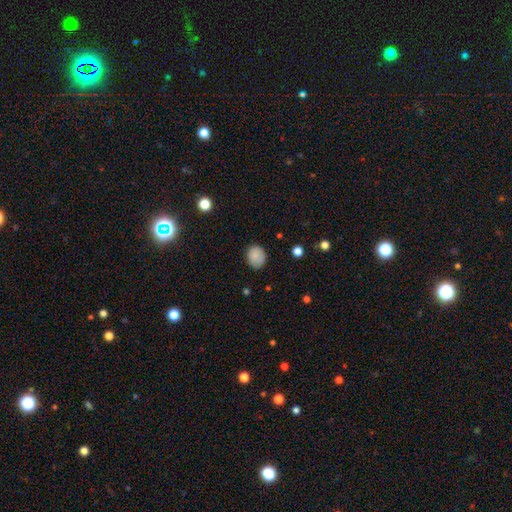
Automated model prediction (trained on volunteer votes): The model was most divided on "how rounded": round: 62%, in between: 37%, cigar-shaped: 1%. More confident: smooth or featured — smooth (84%); merging — none (81%).